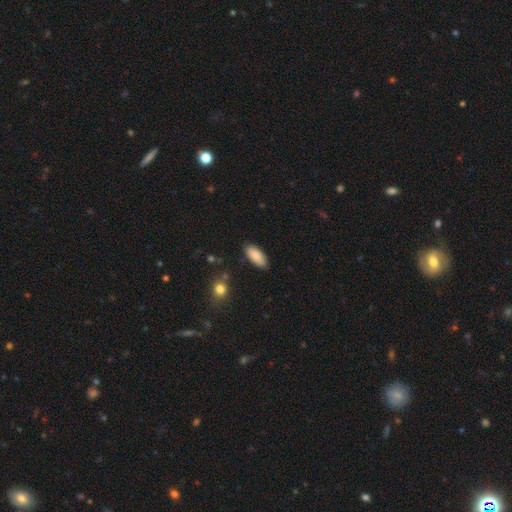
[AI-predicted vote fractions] Q: Smooth or featured?
A: smooth (86%); runner-up: featured or disk (8%)
Q: How rounded?
A: in between (85%); runner-up: cigar-shaped (13%)
Q: Merging?
A: none (84%); runner-up: minor disturbance (12%)